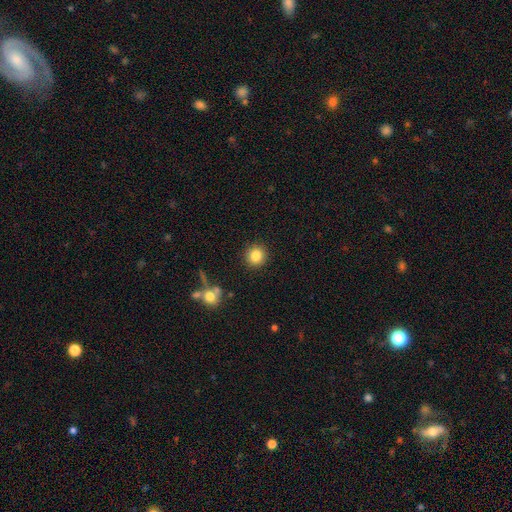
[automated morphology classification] A smooth galaxy with no disk features (84%) that is round (92%).

Vote fractions:
- Smooth or featured? smooth: 84% / star or artifact: 10% / featured or disk: 6%
- How rounded? round: 92% / in between: 7% / cigar-shaped: 1%
- Merging? none: 89% / minor disturbance: 6% / major disturbance: 2% / merger: 2%